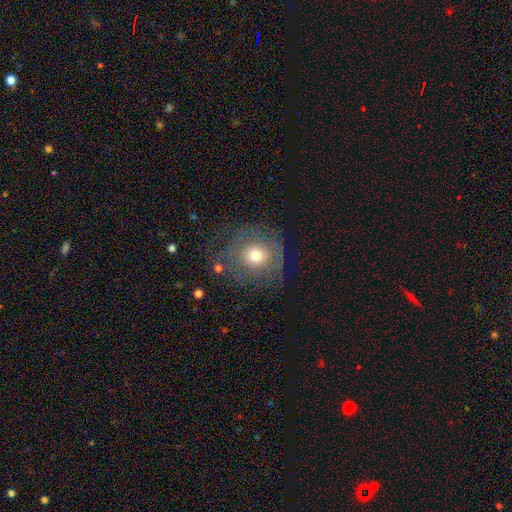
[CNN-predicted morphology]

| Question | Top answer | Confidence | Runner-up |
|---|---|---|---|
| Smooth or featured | smooth | 59% | featured or disk (30%) |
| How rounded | round | 89% | in between (10%) |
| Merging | none | 62% | minor disturbance (19%) |